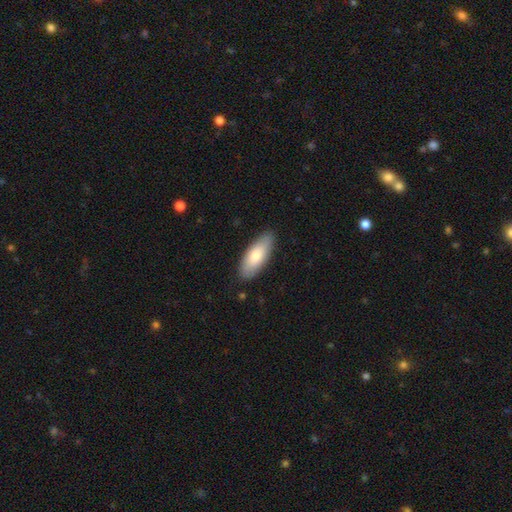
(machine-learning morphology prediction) Smooth or featured? smooth (76%)
How rounded? in between (78%)
Merging? none (86%)